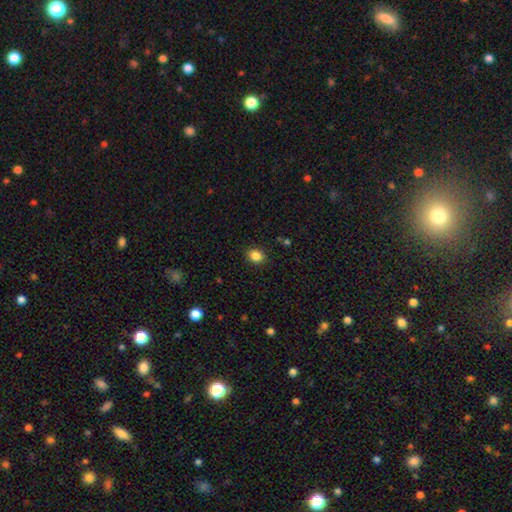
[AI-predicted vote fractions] Smooth or featured? smooth (85%)
How rounded? round (52%)
Merging? none (89%)